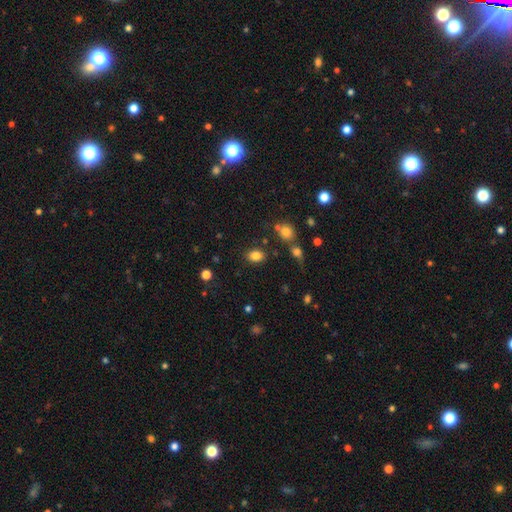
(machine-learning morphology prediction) This appears to be a smooth galaxy with no disk features (83%) that is in between round and cigar-shaped (65%). Merging: none (82%).